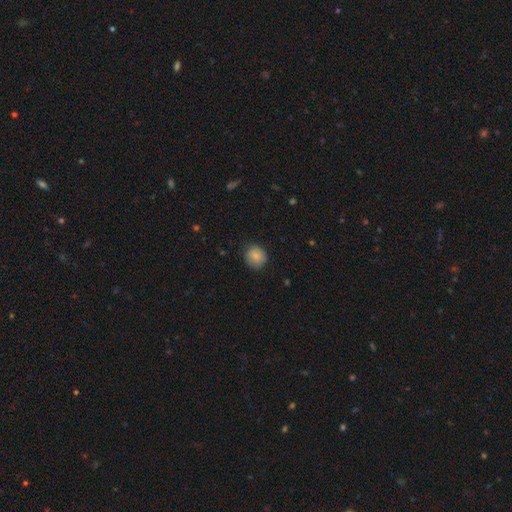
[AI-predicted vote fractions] smooth_or_featured: smooth (p=0.83) [alt: featured or disk p=0.10]
how_rounded: round (p=0.83) [alt: in between p=0.16]
merging: none (p=0.81) [alt: minor disturbance p=0.15]